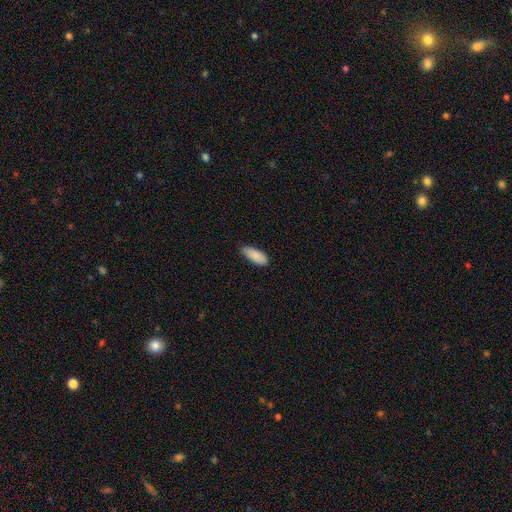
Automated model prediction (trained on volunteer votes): Smooth or featured? smooth (88%)
How rounded? in between (83%)
Merging? none (72%)